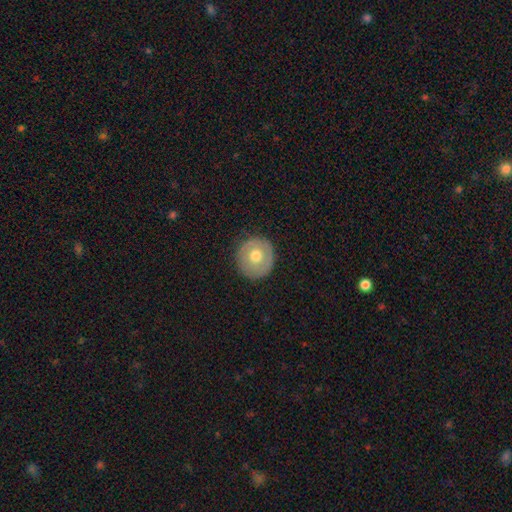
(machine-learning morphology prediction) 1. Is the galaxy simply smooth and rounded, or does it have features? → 61% smooth, 32% featured or disk, 7% star or artifact.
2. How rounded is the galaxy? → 93% round, 6% in between, 1% cigar-shaped.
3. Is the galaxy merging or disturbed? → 88% none, 9% minor disturbance, 3% major disturbance, 1% merger.